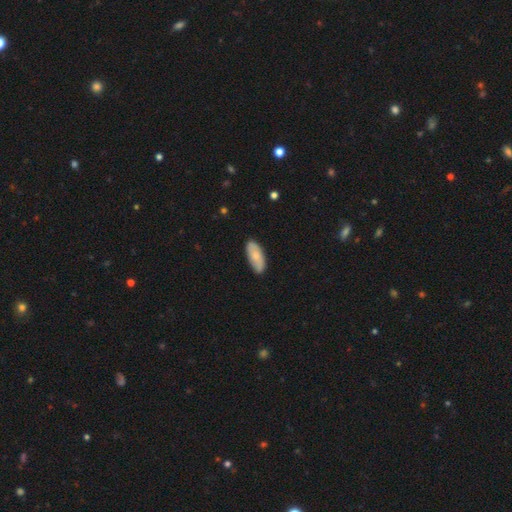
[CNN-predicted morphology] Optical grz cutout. It shows a smooth galaxy with no disk features (70%) that is in between round and cigar-shaped (85%). Merging: none (82%).